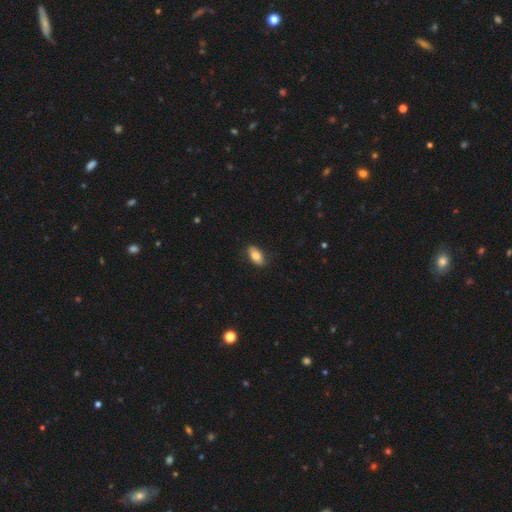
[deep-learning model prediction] smooth-or-featured: smooth: 77% | featured or disk: 16% | star or artifact: 7%
  how-rounded: in between: 90% | cigar-shaped: 6% | round: 4%
  merging: none: 83% | minor disturbance: 14% | major disturbance: 3% | merger: 1%